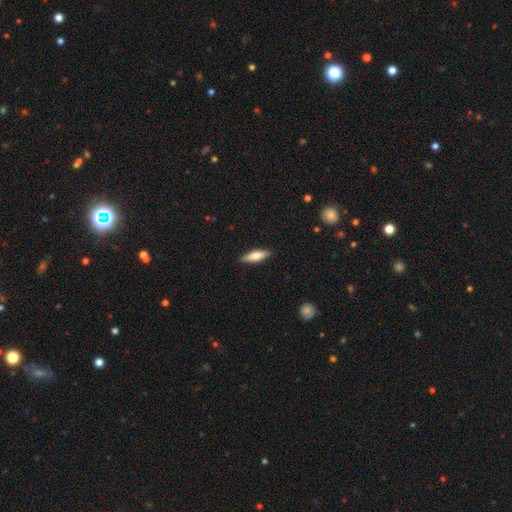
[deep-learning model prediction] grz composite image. It shows a smooth galaxy with no disk features (66%) that is cigar-shaped (59%). Merging: none (88%).